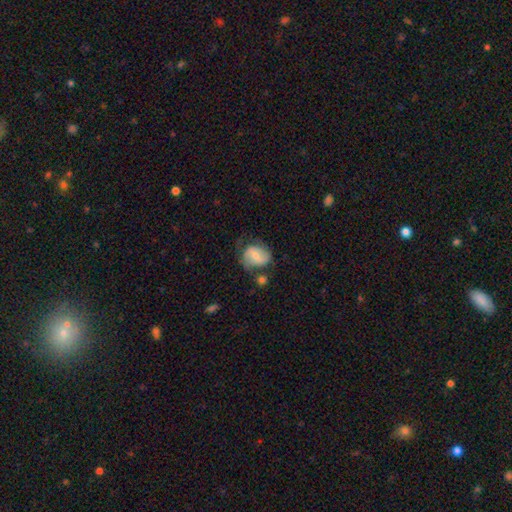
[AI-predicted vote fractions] Morphology: type=smooth (47%); merging=none (46%).